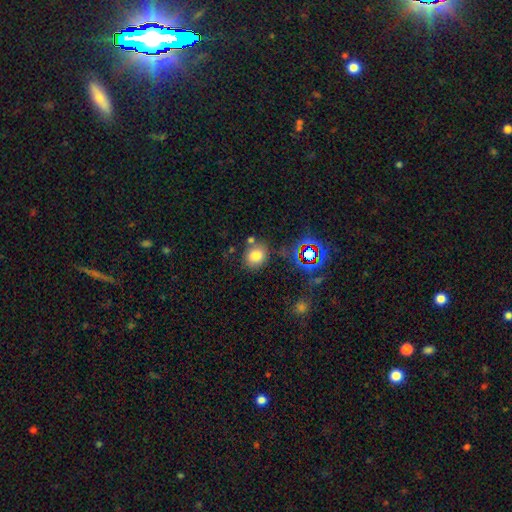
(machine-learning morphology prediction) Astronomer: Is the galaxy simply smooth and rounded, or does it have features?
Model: smooth — 74%.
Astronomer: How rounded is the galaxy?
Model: round — 64%.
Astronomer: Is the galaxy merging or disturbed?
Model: none — 72%.